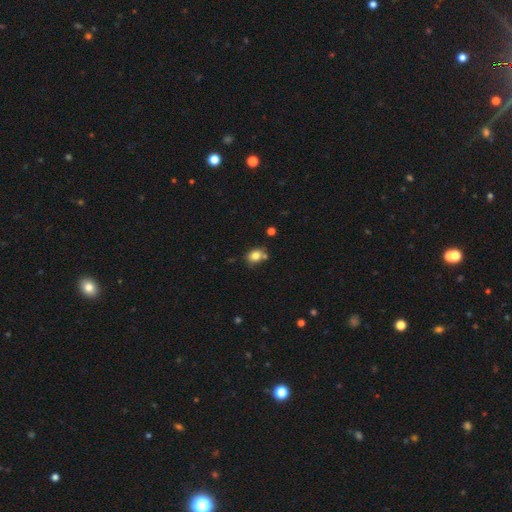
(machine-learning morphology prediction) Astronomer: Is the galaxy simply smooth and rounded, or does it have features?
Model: smooth — 81%.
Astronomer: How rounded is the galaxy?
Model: in between — 57% (runner-up: round, 42%).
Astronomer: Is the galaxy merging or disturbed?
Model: none — 64%.